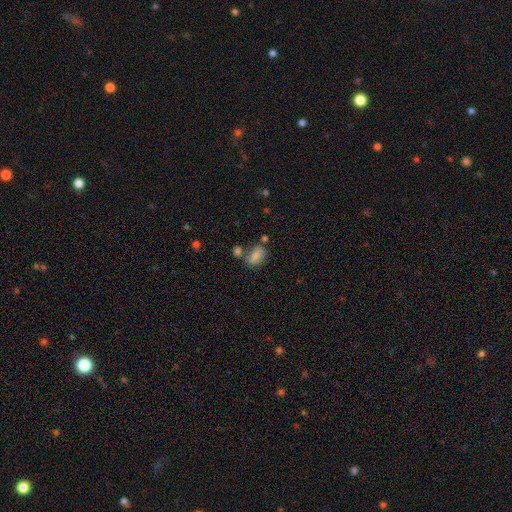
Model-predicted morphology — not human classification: A smooth galaxy with no disk features (77%) that is in between round and cigar-shaped (76%).

Vote fractions:
- Smooth or featured? smooth: 77% / featured or disk: 13% / star or artifact: 10%
- How rounded? in between: 76% / round: 22% / cigar-shaped: 2%
- Merging? none: 53% / merger: 22% / minor disturbance: 18% / major disturbance: 6%